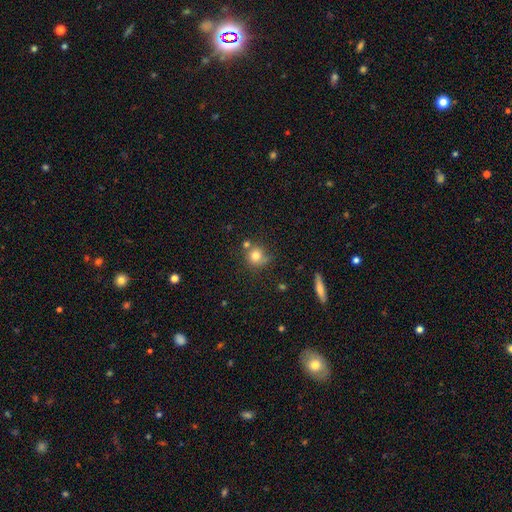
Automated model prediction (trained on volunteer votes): smooth 78%, star or artifact 12%, featured or disk 10%. Down the decision tree: how rounded — round (88%); merging — none (61%).